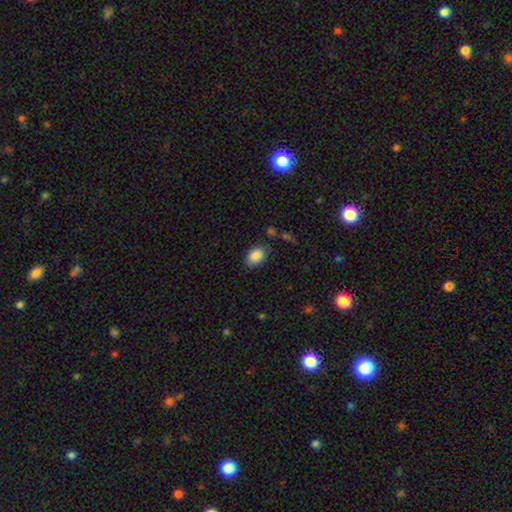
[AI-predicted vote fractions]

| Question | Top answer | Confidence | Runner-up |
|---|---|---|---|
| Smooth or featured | smooth | 88% | star or artifact (7%) |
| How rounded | in between | 82% | round (17%) |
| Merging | none | 78% | minor disturbance (15%) |